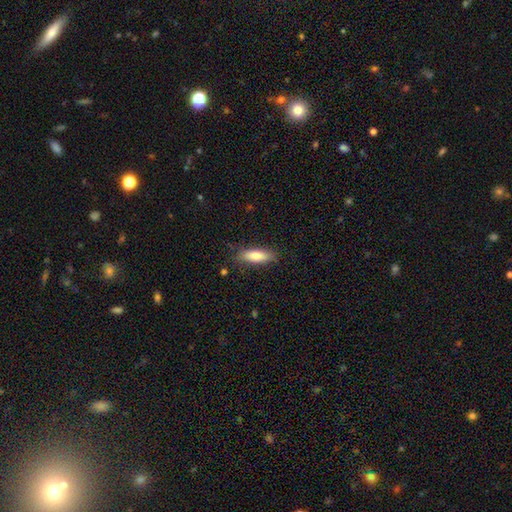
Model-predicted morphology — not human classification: This appears to be a smooth galaxy with no disk features (78%) that is in between round and cigar-shaped (56%). Merging: none (81%).